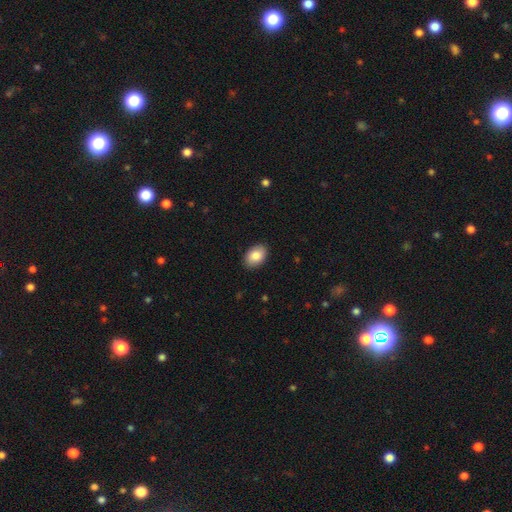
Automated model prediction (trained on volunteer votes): Smooth or featured? Predicted: smooth (p=0.85). How rounded? Predicted: in between (p=0.85). Merging? Predicted: none (p=0.90).